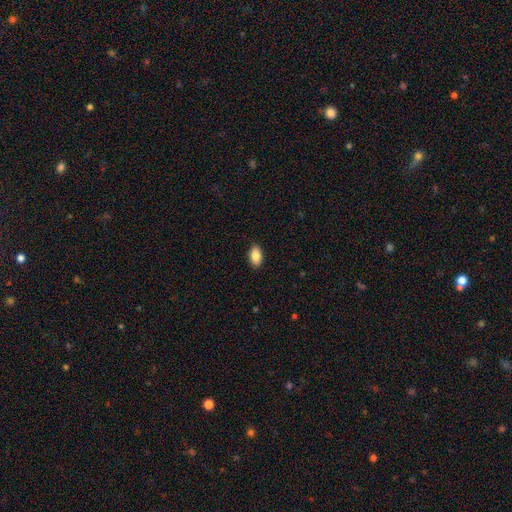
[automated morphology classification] Smooth or featured? Predicted: smooth (p=0.84). How rounded? Predicted: in between (p=0.92). Merging? Predicted: none (p=0.90).